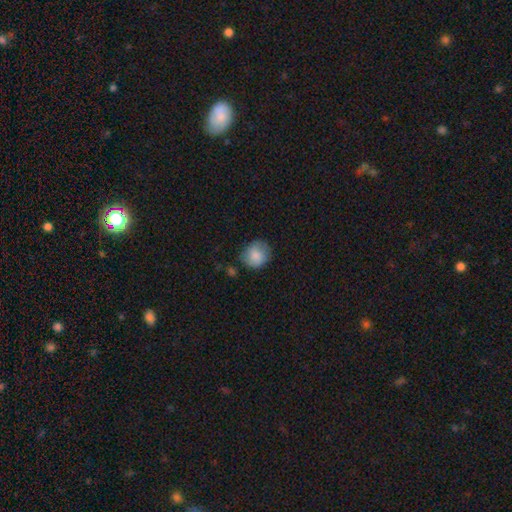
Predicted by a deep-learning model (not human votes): Morphology: type=smooth (83%); roundness=round (79%); merging=none (68%).